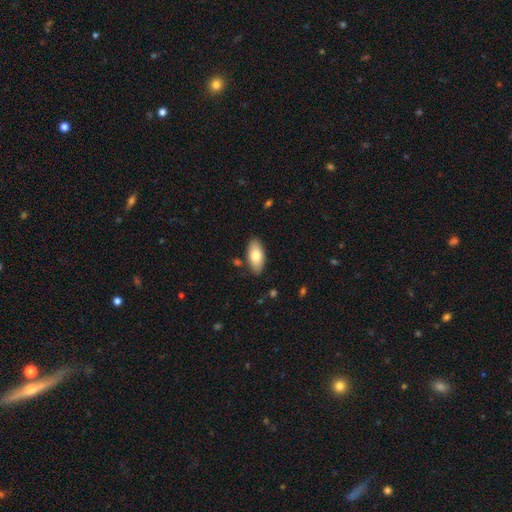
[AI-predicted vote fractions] Smooth or featured? Predicted: smooth (p=0.78). How rounded? Predicted: in between (p=0.92). Merging? Predicted: none (p=0.86).